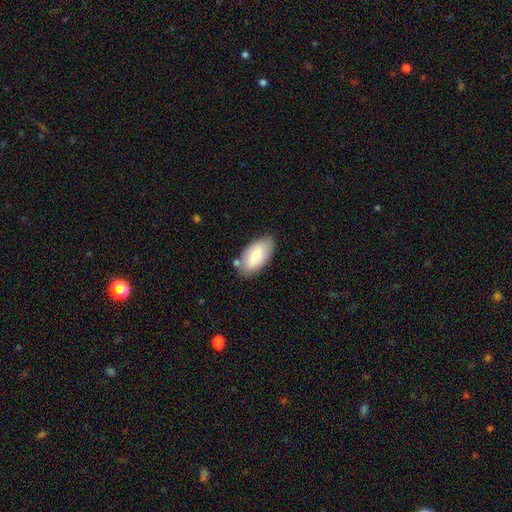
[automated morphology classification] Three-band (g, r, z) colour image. It shows a smooth galaxy with no disk features (76%) that is in between round and cigar-shaped (94%). Merging: none (73%).